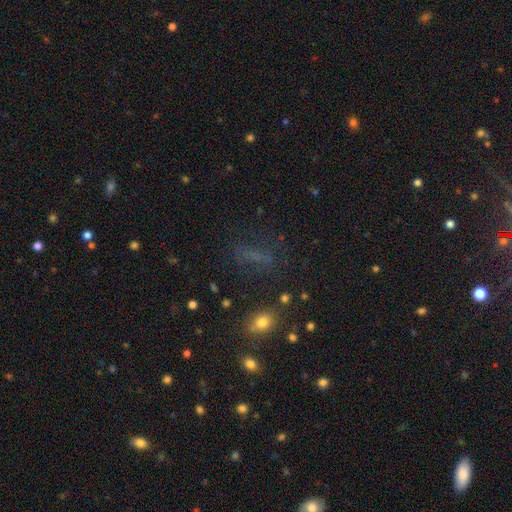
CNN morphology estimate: Smooth or featured? Predicted: smooth (p=0.50). Merging? Predicted: none (p=0.68).